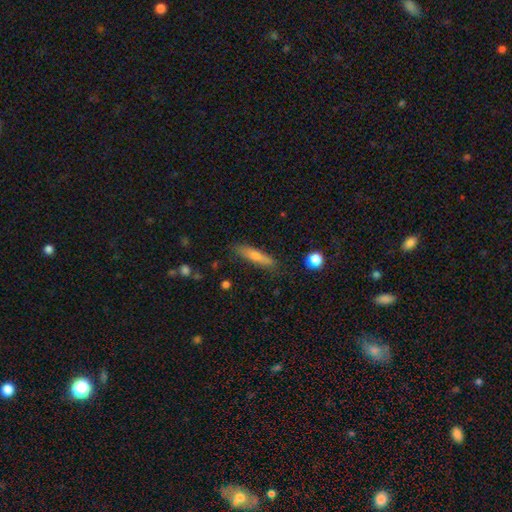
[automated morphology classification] A smooth galaxy with no disk features (63%) that is cigar-shaped (86%).

Vote fractions:
- Smooth or featured? smooth: 63% / featured or disk: 29% / star or artifact: 8%
- How rounded? cigar-shaped: 86% / in between: 12% / round: 2%
- Merging? none: 83% / minor disturbance: 12% / major disturbance: 3% / merger: 2%